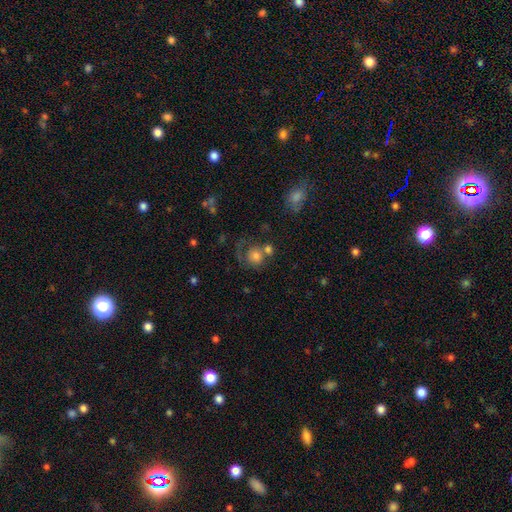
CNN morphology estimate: Smooth or featured? smooth (65%)
How rounded? round (83%)
Merging? none (36%)